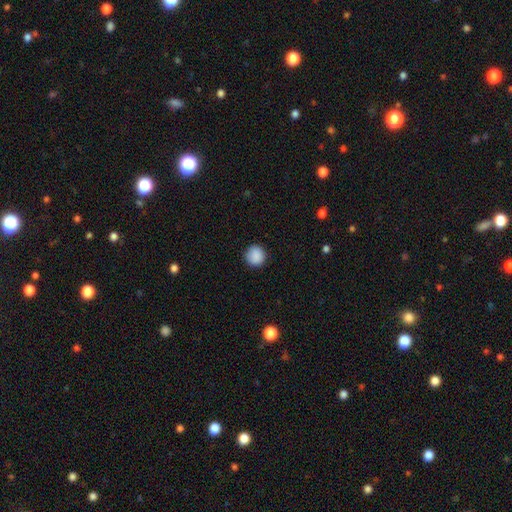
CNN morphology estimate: Smooth or featured: smooth — 89% (star or artifact — 8%)
How rounded: round — 92% (in between — 7%)
Merging: none — 89% (minor disturbance — 8%)